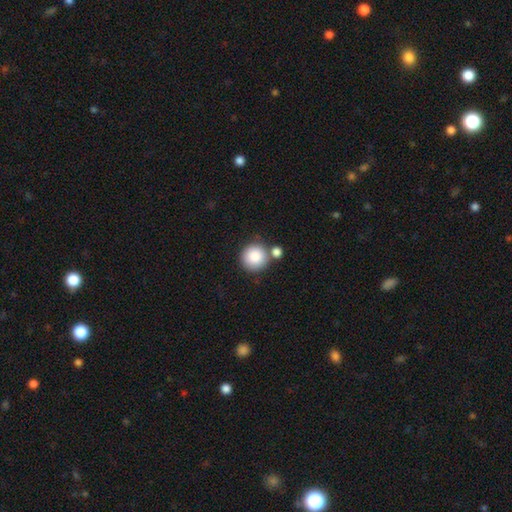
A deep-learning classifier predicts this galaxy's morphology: Q: Smooth or featured?
A: smooth (87%); runner-up: star or artifact (8%)
Q: How rounded?
A: round (94%); runner-up: in between (5%)
Q: Merging?
A: none (68%); runner-up: merger (19%)